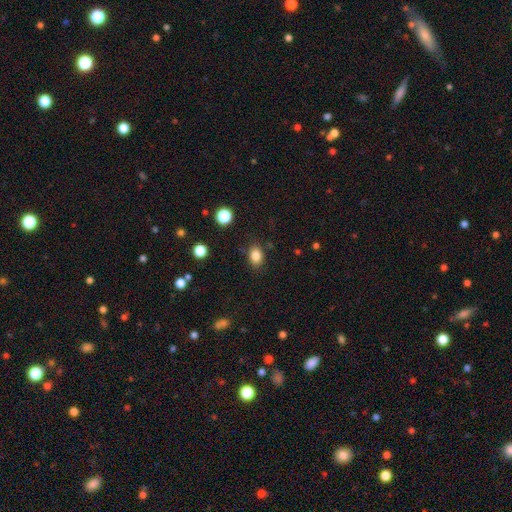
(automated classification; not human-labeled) smooth-or-featured: smooth: 84% | star or artifact: 10% | featured or disk: 6%
  how-rounded: in between: 70% | round: 29% | cigar-shaped: 1%
  merging: none: 82% | minor disturbance: 12% | major disturbance: 4% | merger: 2%